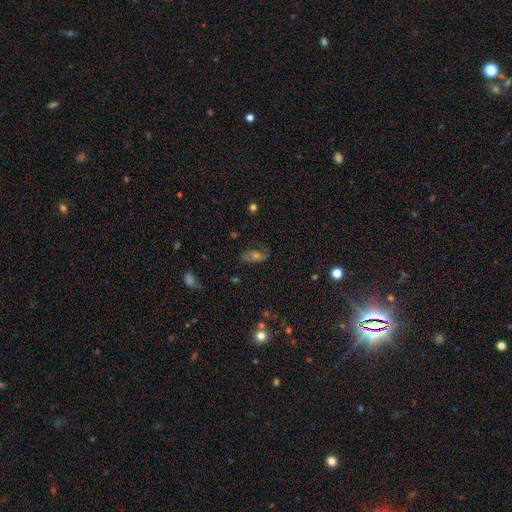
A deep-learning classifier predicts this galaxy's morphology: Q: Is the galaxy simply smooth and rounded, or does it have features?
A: featured or disk — 46%.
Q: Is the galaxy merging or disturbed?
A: none — 71%.